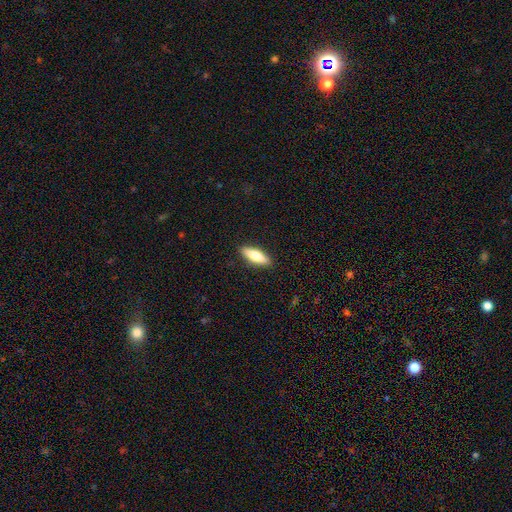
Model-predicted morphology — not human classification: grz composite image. It shows a smooth galaxy with no disk features (63%) that is cigar-shaped (52%). Merging: none (90%).